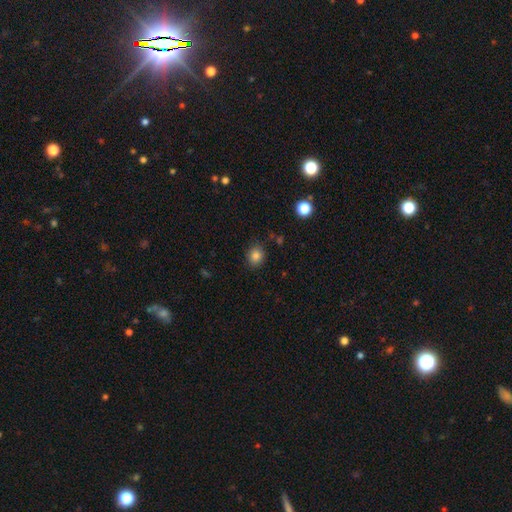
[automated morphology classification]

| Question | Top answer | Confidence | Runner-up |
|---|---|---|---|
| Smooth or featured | smooth | 84% | star or artifact (11%) |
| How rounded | round | 68% | in between (31%) |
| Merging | none | 84% | minor disturbance (11%) |